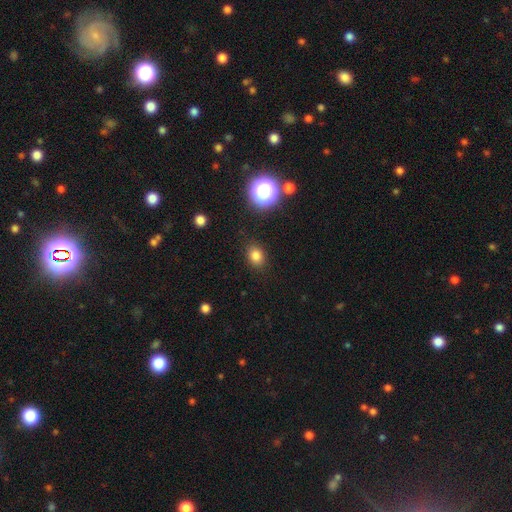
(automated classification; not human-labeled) smooth 80%, star or artifact 15%, featured or disk 5%. Down the decision tree: how rounded — in between (51%); merging — none (87%).